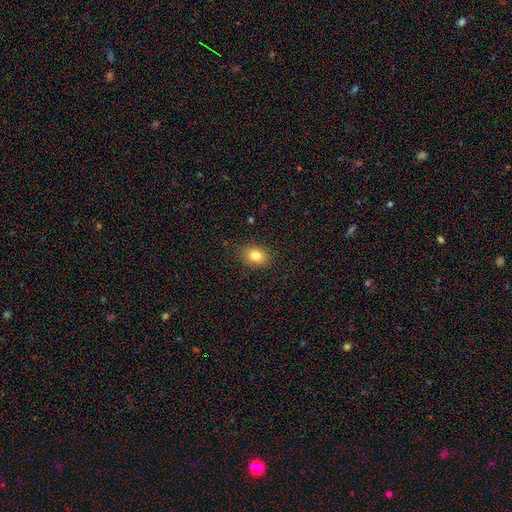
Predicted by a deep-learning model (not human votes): A smooth galaxy with no disk features (82%) that is in between round and cigar-shaped (60%).

Vote fractions:
- Smooth or featured? smooth: 82% / star or artifact: 10% / featured or disk: 8%
- How rounded? in between: 60% / round: 39% / cigar-shaped: 1%
- Merging? none: 87% / minor disturbance: 10% / major disturbance: 3% / merger: 1%